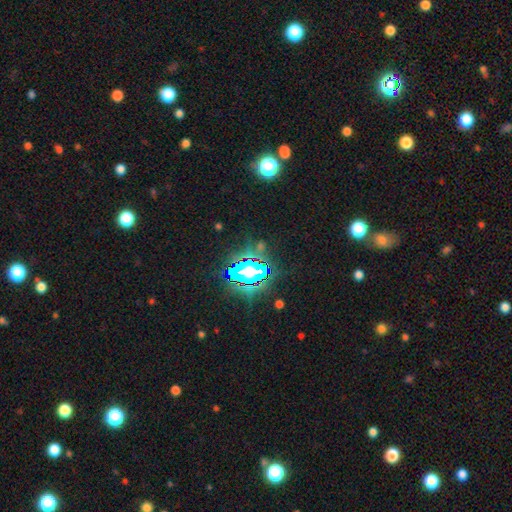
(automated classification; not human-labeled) smooth_or_featured: star or artifact (p=0.82) [alt: smooth p=0.11]